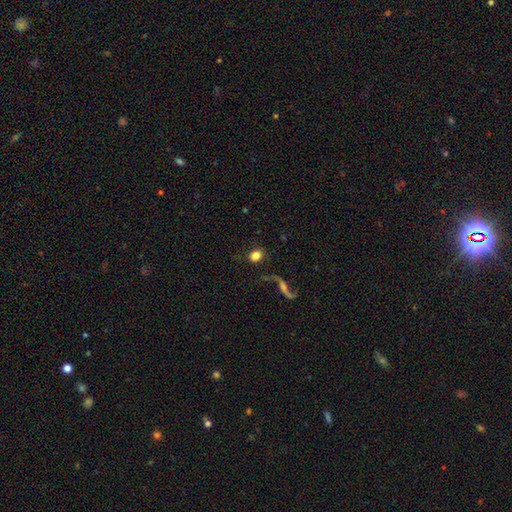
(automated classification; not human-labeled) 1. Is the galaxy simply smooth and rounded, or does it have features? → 75% smooth, 15% featured or disk, 9% star or artifact.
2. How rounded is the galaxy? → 72% round, 26% in between, 2% cigar-shaped.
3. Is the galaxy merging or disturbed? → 77% none, 10% minor disturbance, 7% major disturbance, 5% merger.